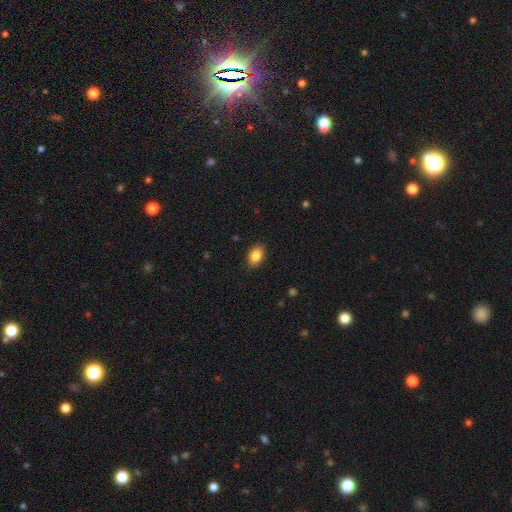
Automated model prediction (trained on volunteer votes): Q: Smooth or featured?
A: smooth (87%); runner-up: star or artifact (8%)
Q: How rounded?
A: in between (86%); runner-up: round (13%)
Q: Merging?
A: none (88%); runner-up: minor disturbance (8%)